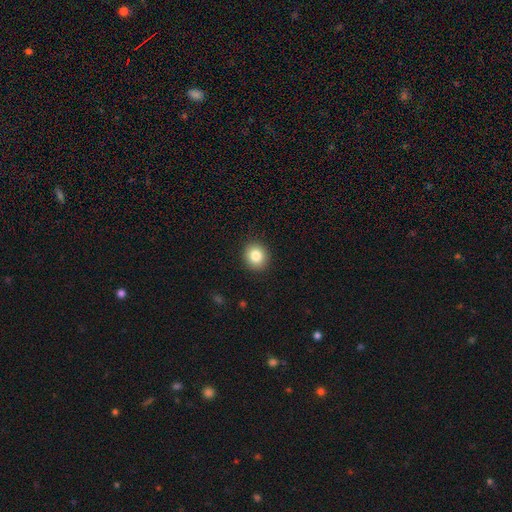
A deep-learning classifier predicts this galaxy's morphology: This is clearly a smooth galaxy (83%). How rounded: likely round (80%). Merging: clearly none (91%).